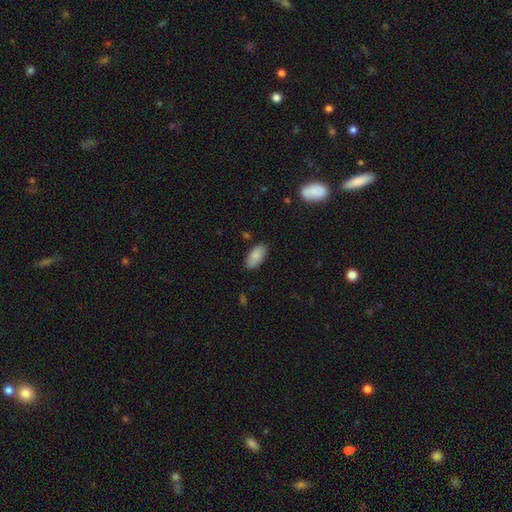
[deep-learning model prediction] A smooth galaxy with no disk features (85%) that is in between round and cigar-shaped (93%).

Vote fractions:
- Smooth or featured? smooth: 85% / featured or disk: 9% / star or artifact: 6%
- How rounded? in between: 93% / cigar-shaped: 5% / round: 2%
- Merging? none: 84% / minor disturbance: 12% / major disturbance: 2% / merger: 2%